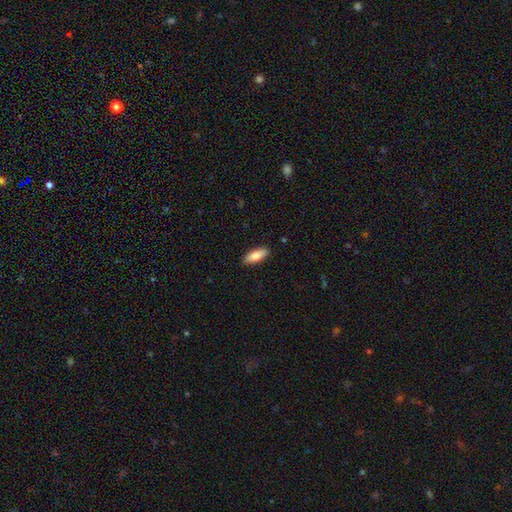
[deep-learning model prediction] Smooth or featured: smooth — 82% (featured or disk — 12%)
How rounded: in between — 68% (cigar-shaped — 30%)
Merging: none — 89% (minor disturbance — 8%)